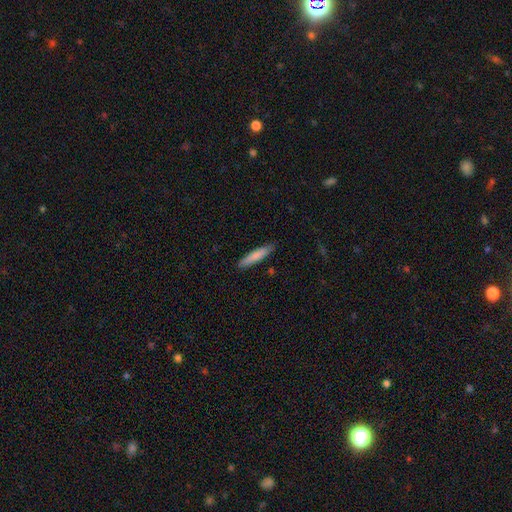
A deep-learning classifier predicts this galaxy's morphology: This appears to be a smooth galaxy with no disk features (81%) that is cigar-shaped (88%). Merging: none (87%).